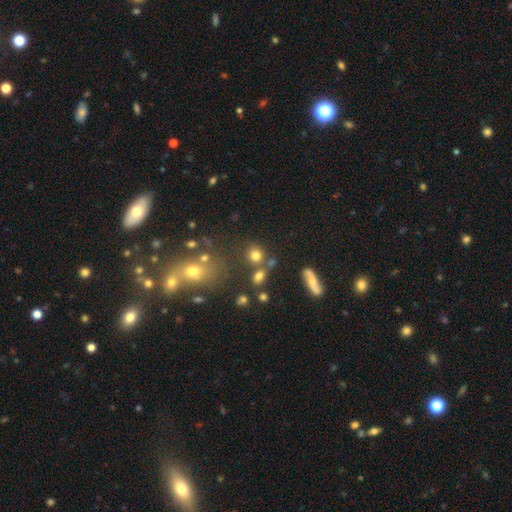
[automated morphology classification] smooth-or-featured: smooth: 75% | star or artifact: 15% | featured or disk: 11%
  how-rounded: round: 77% | in between: 21% | cigar-shaped: 2%
  merging: none: 66% | merger: 18% | minor disturbance: 11% | major disturbance: 5%